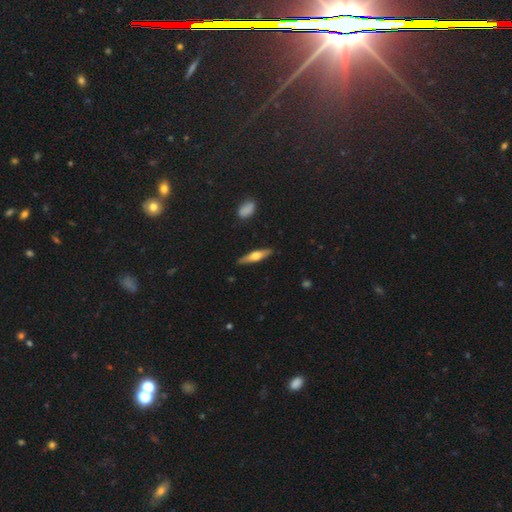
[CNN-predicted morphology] A featured or disk galaxy (52%) viewed edge-on (93%). Merging: none (88%).